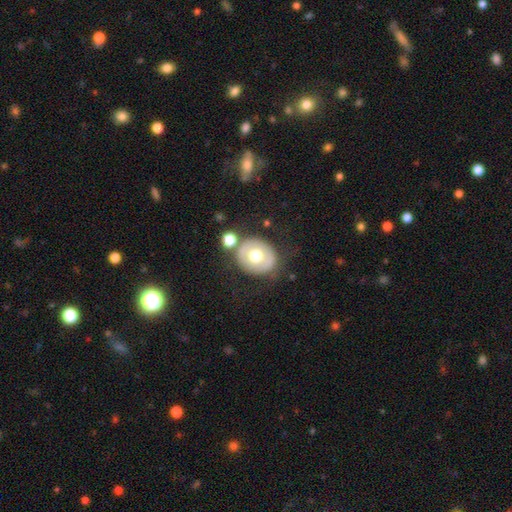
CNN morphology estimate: A smooth galaxy with no disk features (56%) that is round (69%).

Vote fractions:
- Smooth or featured? smooth: 56% / featured or disk: 37% / star or artifact: 8%
- How rounded? round: 69% / in between: 31% / cigar-shaped: 1%
- Merging? none: 71% / minor disturbance: 13% / merger: 10% / major disturbance: 6%